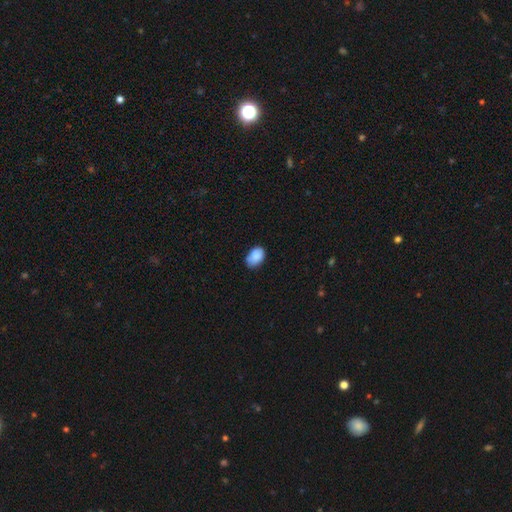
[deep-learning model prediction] smooth-or-featured: smooth: 84% | featured or disk: 8% | star or artifact: 8%
  how-rounded: in between: 84% | round: 15% | cigar-shaped: 1%
  merging: none: 64% | minor disturbance: 28% | major disturbance: 5% | merger: 4%